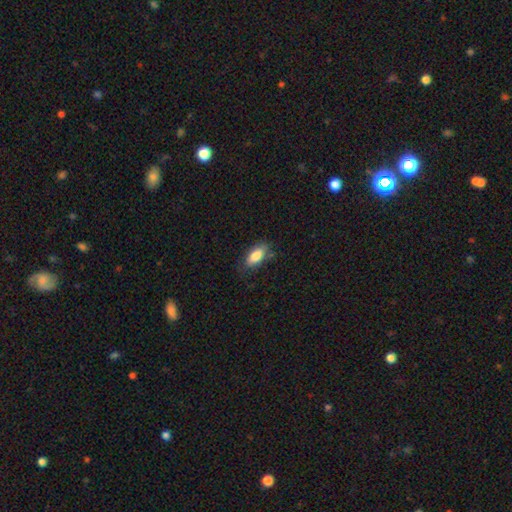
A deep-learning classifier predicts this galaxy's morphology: Smooth or featured? smooth (81%)
How rounded? in between (85%)
Merging? none (71%)